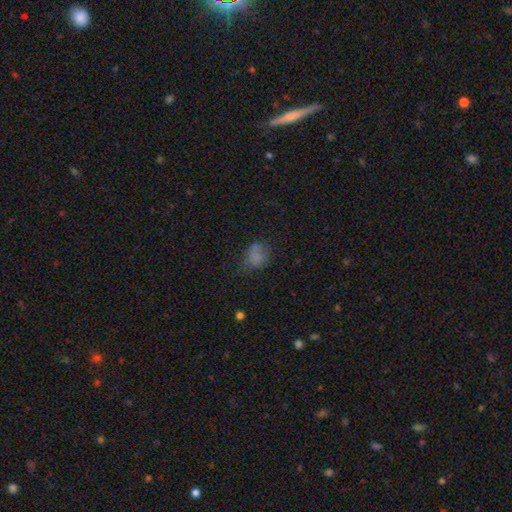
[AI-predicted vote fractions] Q: Smooth or featured?
A: smooth (72%); runner-up: star or artifact (15%)
Q: How rounded?
A: in between (53%); runner-up: round (46%)
Q: Merging?
A: none (48%); runner-up: minor disturbance (30%)